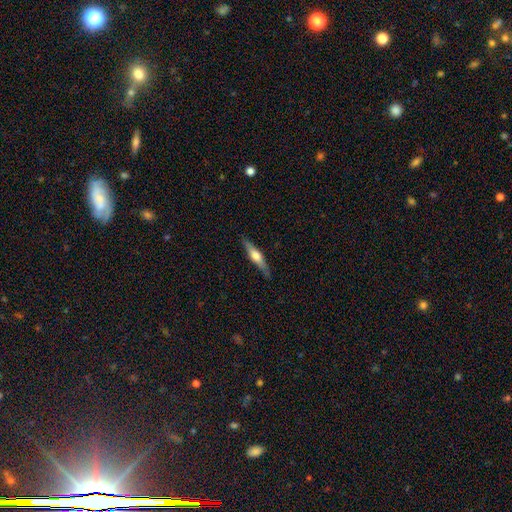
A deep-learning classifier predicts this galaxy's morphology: featured or disk 56%, smooth 38%, star or artifact 6%. Down the decision tree: edge-on disk — yes (94%); edge-on bulge — rounded (89%); merging — none (86%).